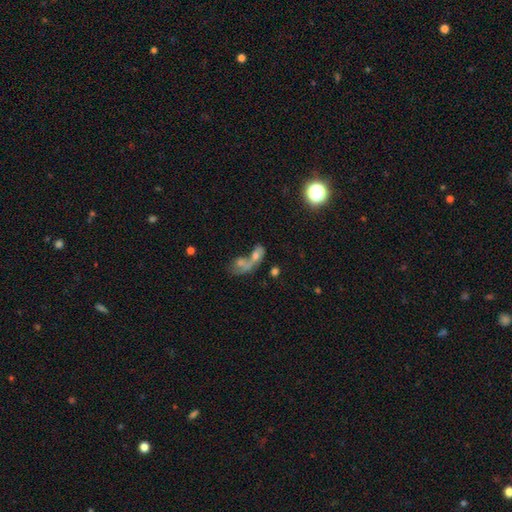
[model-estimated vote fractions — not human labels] Smooth or featured: smooth — 54% (featured or disk — 31%)
How rounded: in between — 72% (round — 19%)
Merging: merger — 63% (none — 17%)